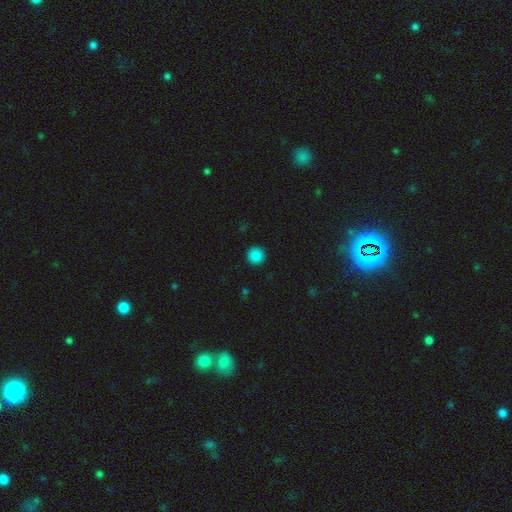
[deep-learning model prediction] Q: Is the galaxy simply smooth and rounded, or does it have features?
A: smooth — 87%.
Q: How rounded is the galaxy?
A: round — 96%.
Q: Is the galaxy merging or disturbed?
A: none — 93%.